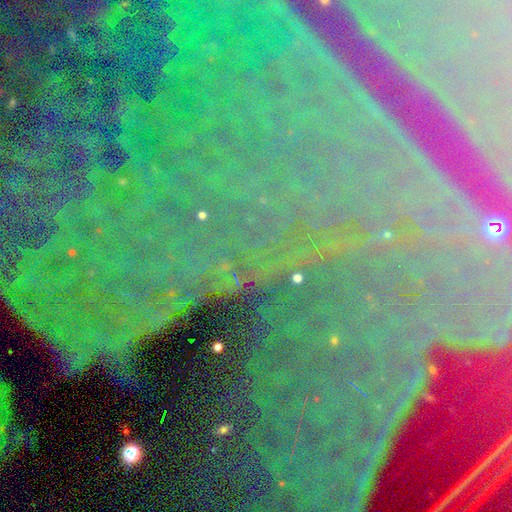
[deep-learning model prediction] This appears to be a star or artifact, not a galaxy (84%).